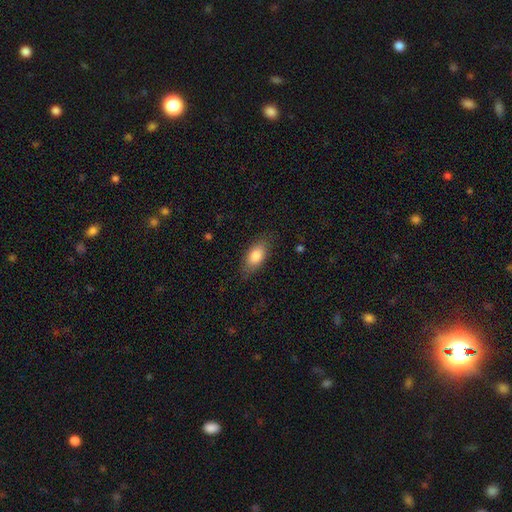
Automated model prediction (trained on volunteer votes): Smooth or featured? Predicted: smooth (p=0.82). How rounded? Predicted: in between (p=0.87). Merging? Predicted: none (p=0.80).